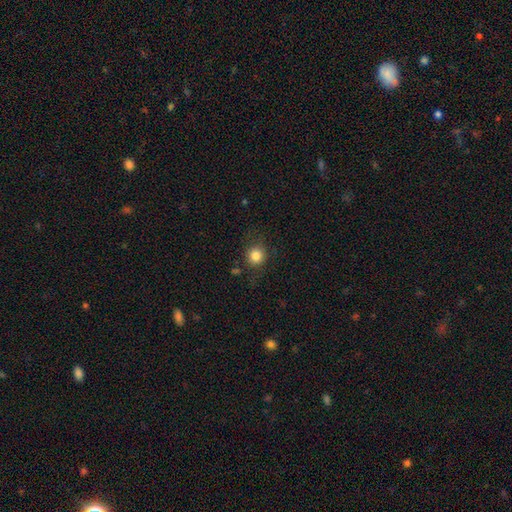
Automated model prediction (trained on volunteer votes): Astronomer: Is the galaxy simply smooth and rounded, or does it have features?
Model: smooth — 83%.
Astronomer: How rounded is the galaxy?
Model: round — 87%.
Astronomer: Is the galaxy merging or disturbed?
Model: none — 79%.